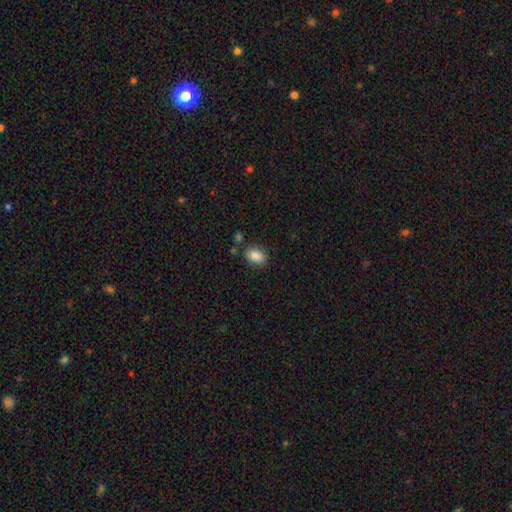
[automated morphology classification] Q: Smooth or featured?
A: smooth (86%); runner-up: star or artifact (8%)
Q: How rounded?
A: in between (80%); runner-up: round (18%)
Q: Merging?
A: none (81%); runner-up: minor disturbance (11%)